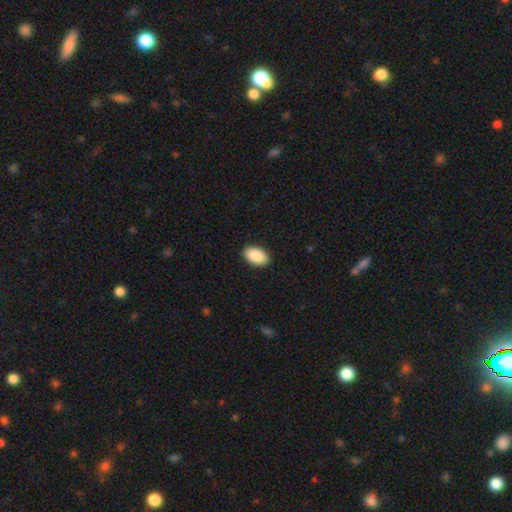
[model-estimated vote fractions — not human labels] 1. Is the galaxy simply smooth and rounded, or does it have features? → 90% smooth, 6% star or artifact, 4% featured or disk.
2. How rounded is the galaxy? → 93% in between, 5% round, 1% cigar-shaped.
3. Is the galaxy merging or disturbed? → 90% none, 7% minor disturbance, 2% major disturbance, 1% merger.